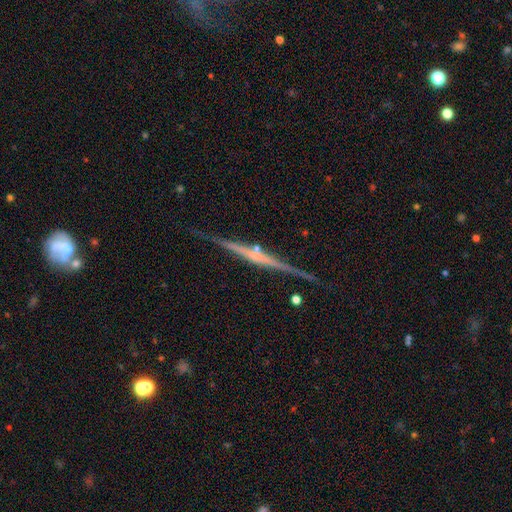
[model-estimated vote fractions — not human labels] Smooth or featured? Predicted: featured or disk (p=0.83). Edge-on disk? Predicted: yes (p=0.98). Edge-on bulge? Predicted: rounded (p=0.48). Merging? Predicted: none (p=0.87).